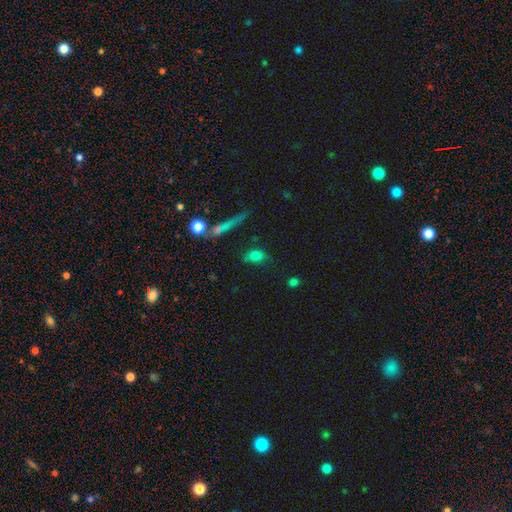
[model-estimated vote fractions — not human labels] Smooth or featured? smooth (74%)
How rounded? in between (61%)
Merging? none (61%)